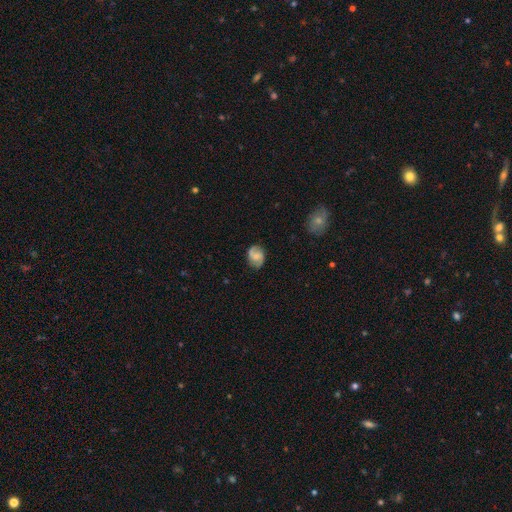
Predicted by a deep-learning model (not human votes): Morphology: type=featured or disk (65%); edge-on=no (98%); bar=no (47%); spiral arms=yes (94%); winding=medium (47%); arm count=2 (88%); bulge=small (39%); merging=none (80%).